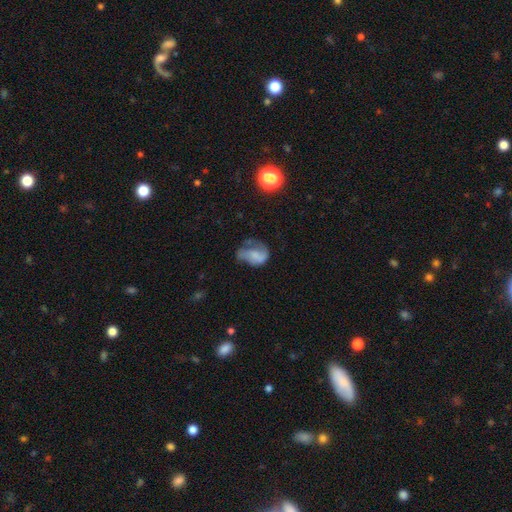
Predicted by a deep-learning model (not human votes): Smooth or featured: smooth — 52% (featured or disk — 38%)
How rounded: in between — 71% (round — 27%)
Merging: major disturbance — 41% (minor disturbance — 28%)